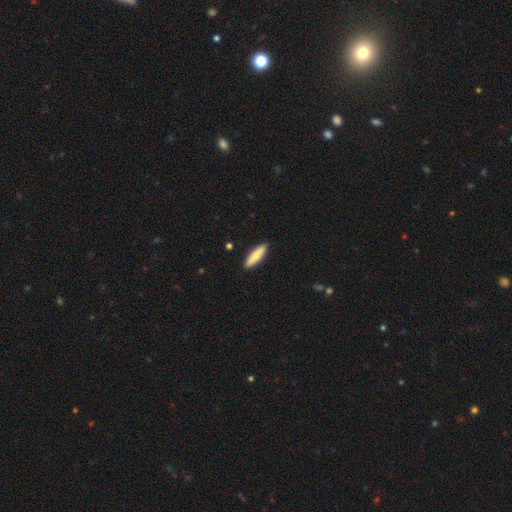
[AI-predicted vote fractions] Overall: smooth (75%). How rounded: cigar-shaped (73%). Merging: none (90%).